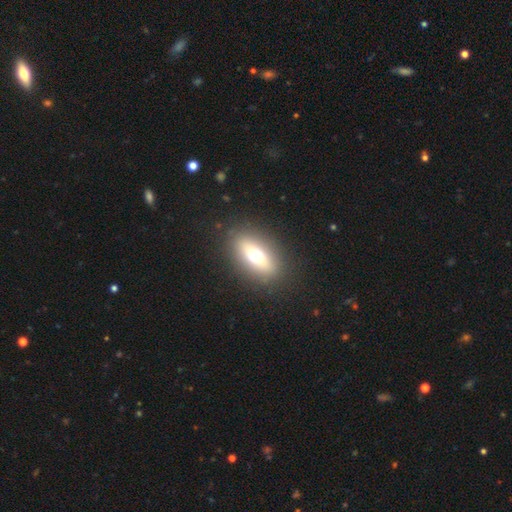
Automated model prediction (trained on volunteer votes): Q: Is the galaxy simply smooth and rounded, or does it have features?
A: smooth — 59%.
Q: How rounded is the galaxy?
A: in between — 75%.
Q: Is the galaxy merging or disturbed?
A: none — 86%.